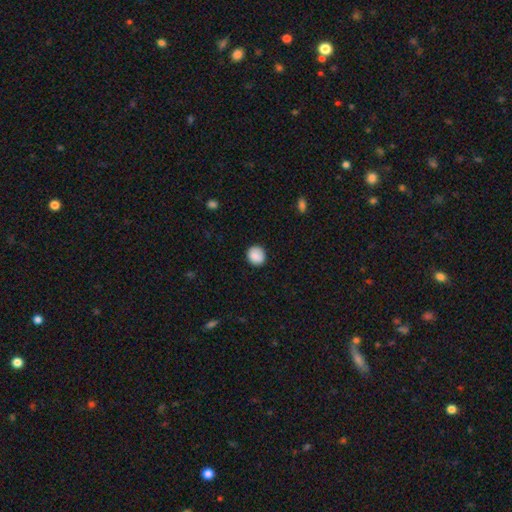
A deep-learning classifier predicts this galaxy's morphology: Smooth or featured: smooth — 88% (star or artifact — 8%)
How rounded: round — 82% (in between — 17%)
Merging: none — 87% (minor disturbance — 10%)